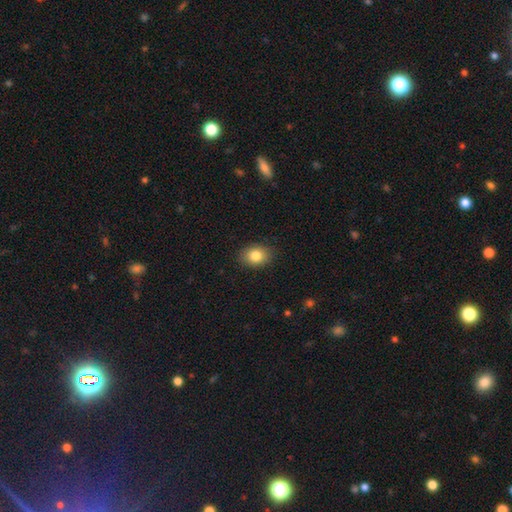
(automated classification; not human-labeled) Smooth or featured? smooth (83%)
How rounded? in between (66%)
Merging? none (88%)